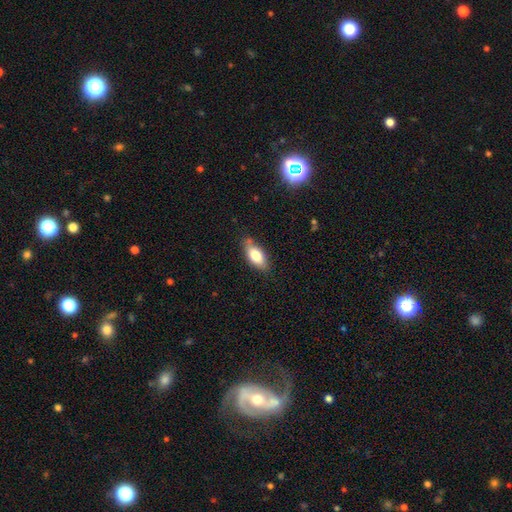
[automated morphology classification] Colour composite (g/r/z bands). It shows a smooth galaxy with no disk features (75%) that is in between round and cigar-shaped (83%). Merging: none (76%).